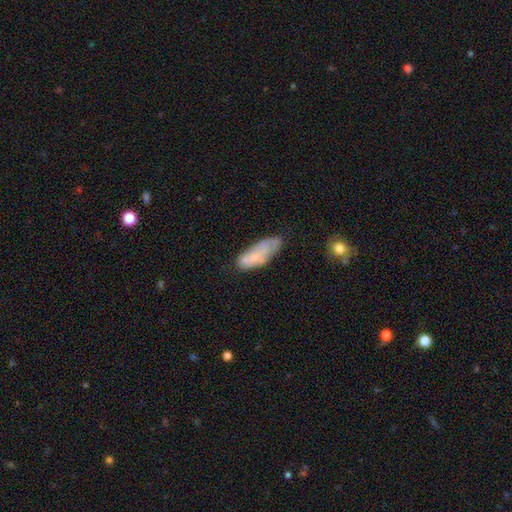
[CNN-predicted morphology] This is possibly a smooth galaxy (57%). How rounded: likely in between (70%). Merging: possibly none (49%).